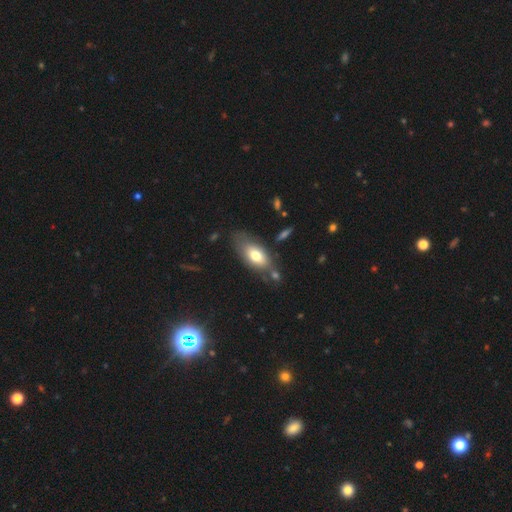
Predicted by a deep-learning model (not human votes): Morphology: type=smooth (71%); roundness=in between (89%); merging=none (61%).